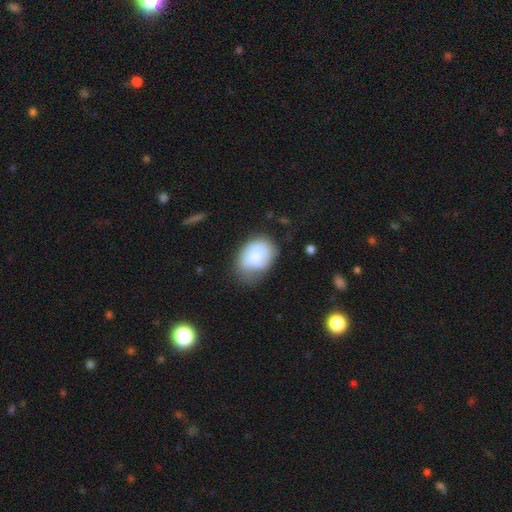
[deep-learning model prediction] Smooth or featured? Predicted: smooth (p=0.73). How rounded? Predicted: in between (p=0.69). Merging? Predicted: none (p=0.44).